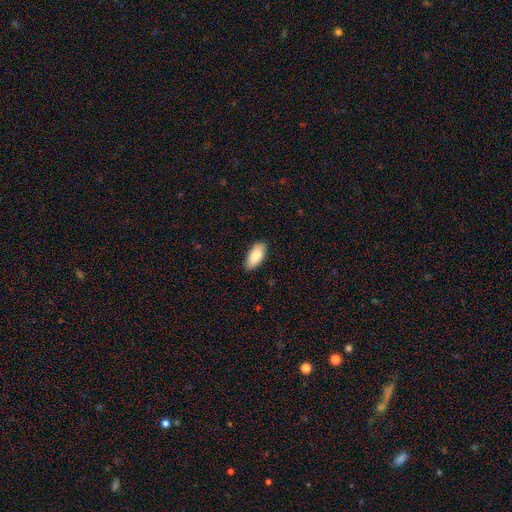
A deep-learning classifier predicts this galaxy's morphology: Smooth or featured: smooth — 86% (featured or disk — 8%)
How rounded: in between — 90% (cigar-shaped — 8%)
Merging: none — 86% (minor disturbance — 11%)